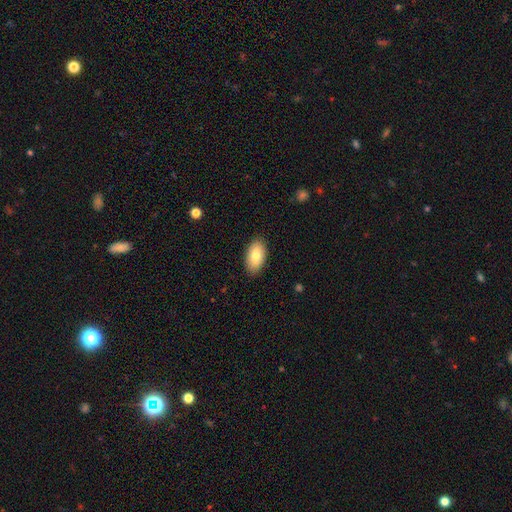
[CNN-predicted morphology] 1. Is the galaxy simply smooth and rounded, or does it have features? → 80% smooth, 14% featured or disk, 6% star or artifact.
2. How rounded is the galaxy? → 94% in between, 3% round, 3% cigar-shaped.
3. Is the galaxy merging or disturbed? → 88% none, 9% minor disturbance, 2% major disturbance, 1% merger.